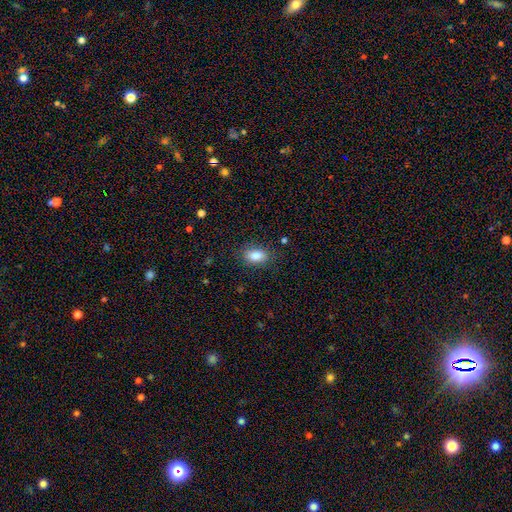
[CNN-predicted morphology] This appears to be a smooth galaxy with no disk features (85%) that is in between round and cigar-shaped (89%). Merging: none (83%).